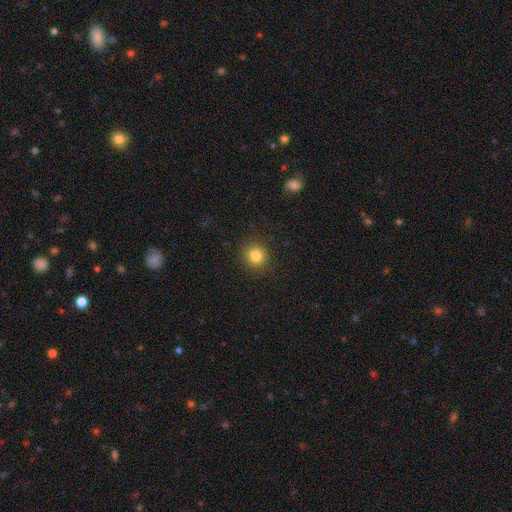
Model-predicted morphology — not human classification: Smooth or featured?
  - smooth: 83% *
  - star or artifact: 12%
  - featured or disk: 6%
How rounded?
  - round: 81% *
  - in between: 18%
  - cigar-shaped: 1%
Merging?
  - none: 88% *
  - minor disturbance: 8%
  - major disturbance: 3%
  - merger: 1%